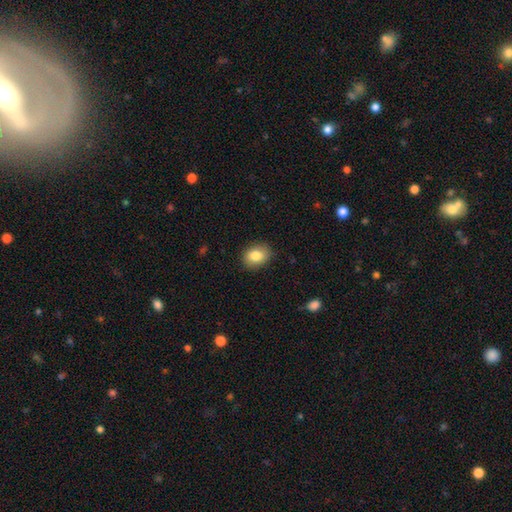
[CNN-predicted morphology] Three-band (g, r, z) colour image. It shows a smooth galaxy with no disk features (84%) that is in between round and cigar-shaped (63%). Merging: none (86%).